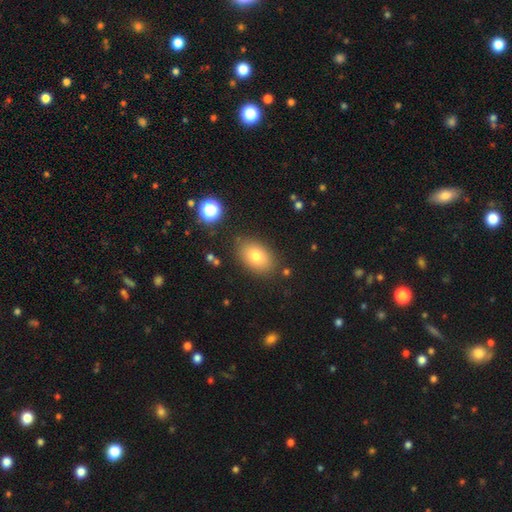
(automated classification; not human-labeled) smooth 79%, featured or disk 12%, star or artifact 10%. Down the decision tree: how rounded — in between (85%); merging — none (84%).